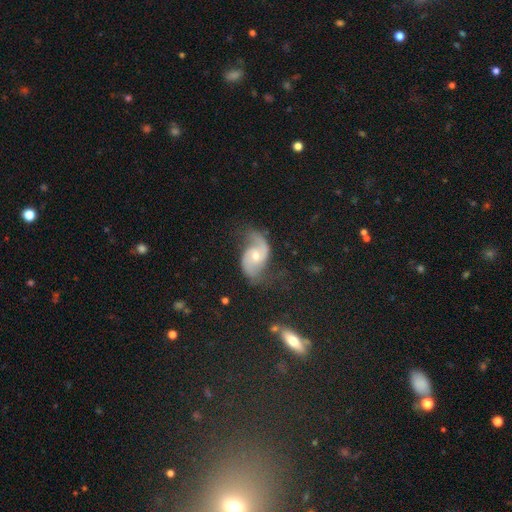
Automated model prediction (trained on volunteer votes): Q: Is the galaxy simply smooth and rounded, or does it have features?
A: featured or disk — 86%.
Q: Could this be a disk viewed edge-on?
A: no — 97%.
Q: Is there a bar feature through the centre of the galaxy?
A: no — 59%.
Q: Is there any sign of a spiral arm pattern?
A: yes — 96%.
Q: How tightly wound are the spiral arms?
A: loose — 46%.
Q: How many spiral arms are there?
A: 2 — 90%.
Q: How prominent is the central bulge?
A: moderate — 51%.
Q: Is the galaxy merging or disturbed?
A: none — 64%.